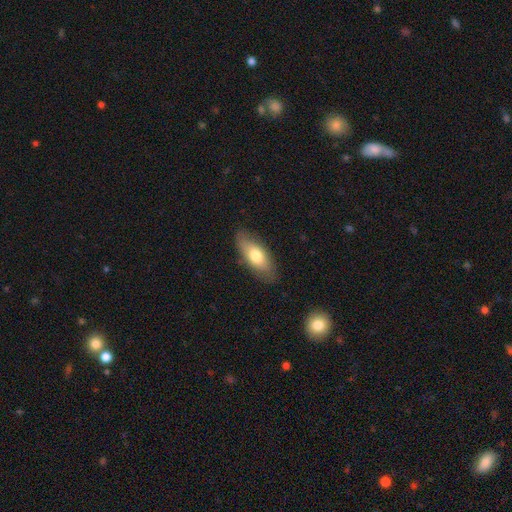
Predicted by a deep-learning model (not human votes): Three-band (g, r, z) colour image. It shows a smooth galaxy with no disk features (68%) that is in between round and cigar-shaped (80%). Merging: none (80%).